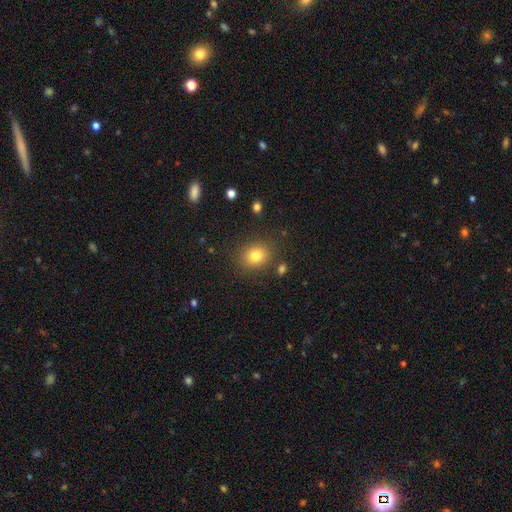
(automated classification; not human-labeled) Morphology: type=smooth (80%); roundness=round (62%); merging=none (84%).